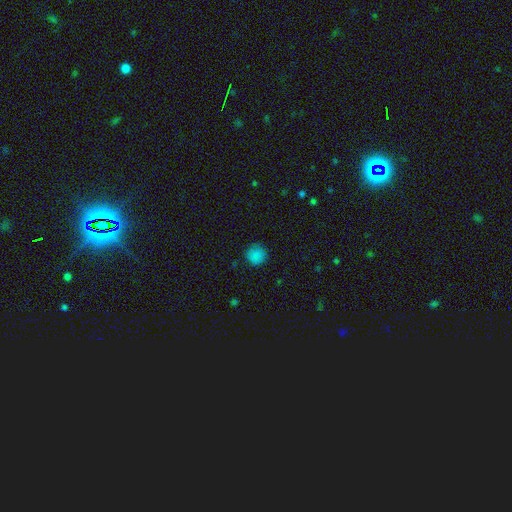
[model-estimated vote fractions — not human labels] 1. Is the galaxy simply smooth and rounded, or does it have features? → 85% smooth, 12% star or artifact, 3% featured or disk.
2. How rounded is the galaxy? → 92% round, 7% in between, 1% cigar-shaped.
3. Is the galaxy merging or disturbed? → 86% none, 11% minor disturbance, 3% major disturbance, 1% merger.